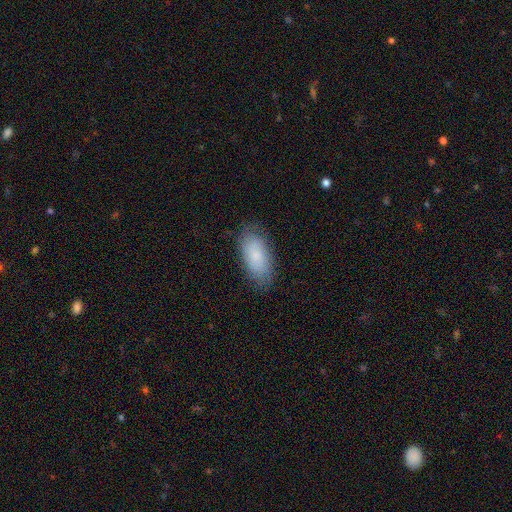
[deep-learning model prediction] smooth 76%, featured or disk 17%, star or artifact 7%. Down the decision tree: how rounded — in between (91%); merging — none (78%).